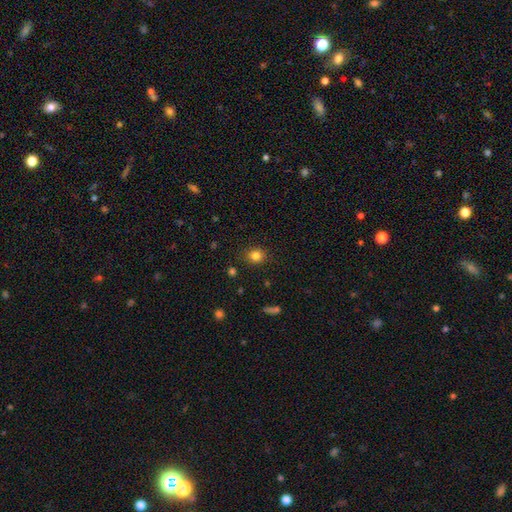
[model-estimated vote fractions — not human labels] smooth 82%, star or artifact 12%, featured or disk 5%. Down the decision tree: how rounded — round (79%); merging — none (87%).